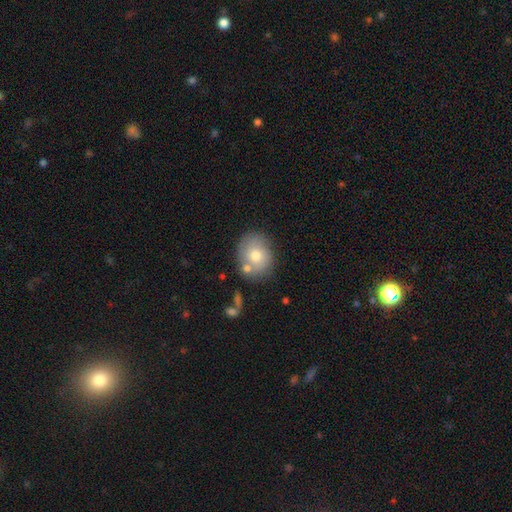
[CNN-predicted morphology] This is likely a smooth galaxy (70%). How rounded: likely round (60%). Merging: likely none (66%).